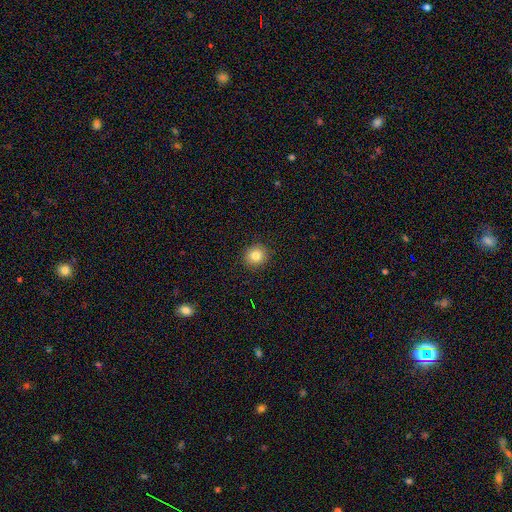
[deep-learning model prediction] smooth-or-featured: smooth: 82% | star or artifact: 11% | featured or disk: 7%
  how-rounded: round: 90% | in between: 9% | cigar-shaped: 1%
  merging: none: 92% | minor disturbance: 5% | major disturbance: 2% | merger: 1%